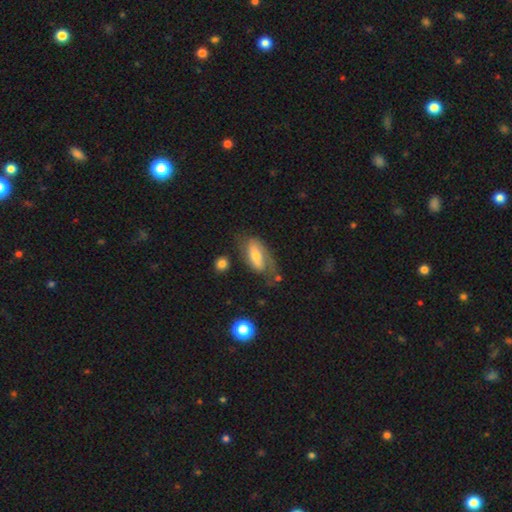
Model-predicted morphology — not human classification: A featured or disk galaxy (54%).

Vote fractions:
- Smooth or featured? featured or disk: 54% / smooth: 39% / star or artifact: 7%
- Edge-on disk? no: 89% / yes: 11%
- Merging? none: 50% / minor disturbance: 25% / major disturbance: 21% / merger: 4%